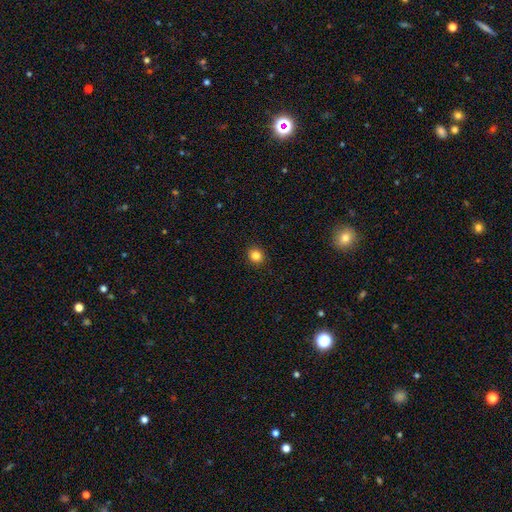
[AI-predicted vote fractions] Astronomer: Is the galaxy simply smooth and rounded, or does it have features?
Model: smooth — 84%.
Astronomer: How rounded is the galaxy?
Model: round — 81%.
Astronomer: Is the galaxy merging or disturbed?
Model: none — 92%.